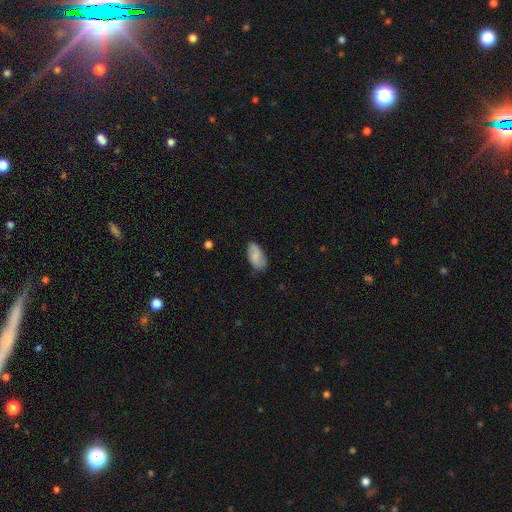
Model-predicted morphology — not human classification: smooth_or_featured: smooth (p=0.69) [alt: featured or disk p=0.24]
how_rounded: in between (p=0.93) [alt: cigar-shaped p=0.04]
merging: none (p=0.75) [alt: minor disturbance p=0.20]